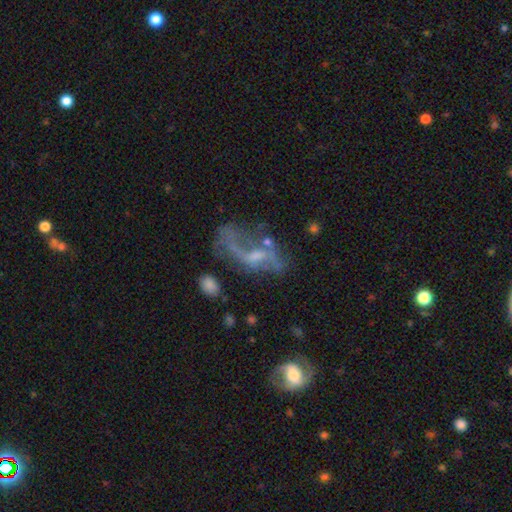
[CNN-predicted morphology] A featured or disk galaxy (65%) with no bar (55%), spiral arms (62%) and a small central bulge (52%).

Vote fractions:
- Smooth or featured? featured or disk: 65% / smooth: 18% / star or artifact: 17%
- Edge-on disk? no: 92% / yes: 8%
- Bar? no: 55% / weak: 33% / strong: 12%
- Spiral arms? yes: 62% / no: 38%
- Bulge size? small: 52% / none: 22% / moderate: 22% / large: 2% / dominant: 1%
- Merging? none: 40% / major disturbance: 31% / minor disturbance: 18% / merger: 11%